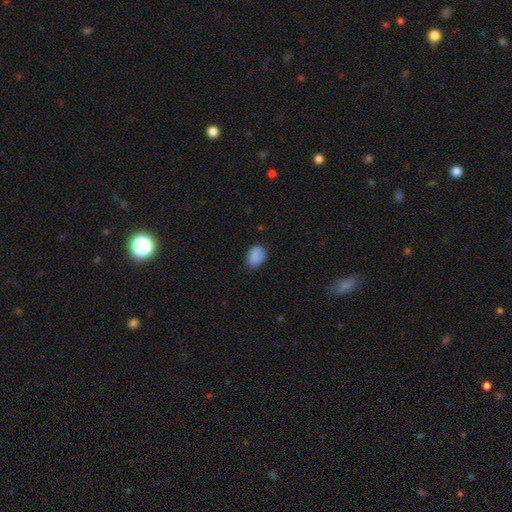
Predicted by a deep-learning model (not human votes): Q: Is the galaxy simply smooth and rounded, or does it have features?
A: smooth — 86%.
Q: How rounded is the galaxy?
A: in between — 77%.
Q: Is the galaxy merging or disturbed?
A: none — 70%.